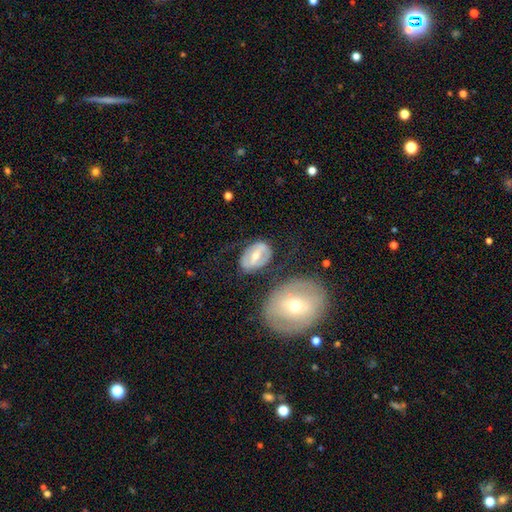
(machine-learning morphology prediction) Smooth or featured? Predicted: featured or disk (p=0.58). Edge-on disk? Predicted: no (p=0.92). Bar? Predicted: strong (p=0.48). Spiral arms? Predicted: no (p=0.59). Bulge size? Predicted: moderate (p=0.59). Merging? Predicted: none (p=0.65).